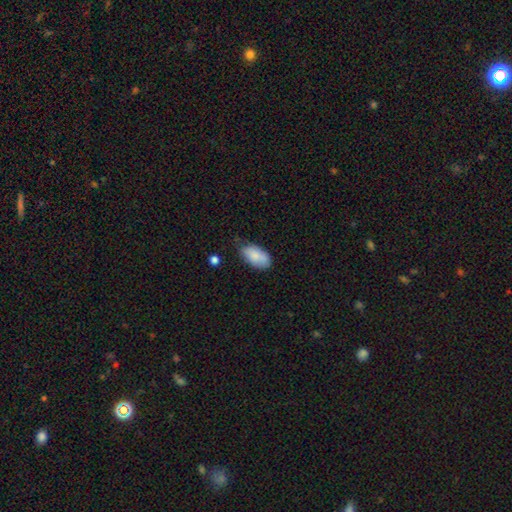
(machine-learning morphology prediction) A smooth galaxy with no disk features (84%) that is in between round and cigar-shaped (94%).

Vote fractions:
- Smooth or featured? smooth: 84% / featured or disk: 9% / star or artifact: 7%
- How rounded? in between: 94% / round: 4% / cigar-shaped: 2%
- Merging? none: 62% / minor disturbance: 31% / major disturbance: 6% / merger: 2%